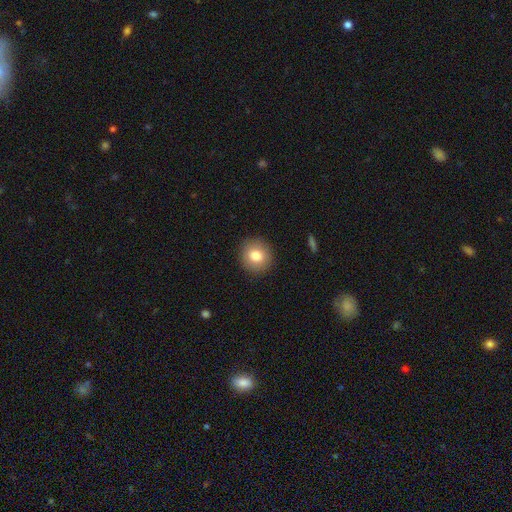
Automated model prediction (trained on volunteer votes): smooth_or_featured: smooth (p=0.80) [alt: featured or disk p=0.10]
how_rounded: round (p=0.89) [alt: in between p=0.10]
merging: none (p=0.91) [alt: minor disturbance p=0.06]